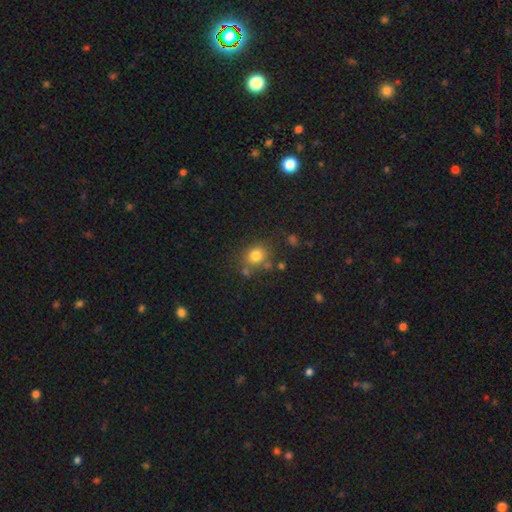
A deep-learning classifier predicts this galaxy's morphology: Smooth or featured?
  - smooth: 78% *
  - star or artifact: 13%
  - featured or disk: 9%
How rounded?
  - round: 71% *
  - in between: 29%
  - cigar-shaped: 1%
Merging?
  - none: 71% *
  - minor disturbance: 14%
  - merger: 10%
  - major disturbance: 5%